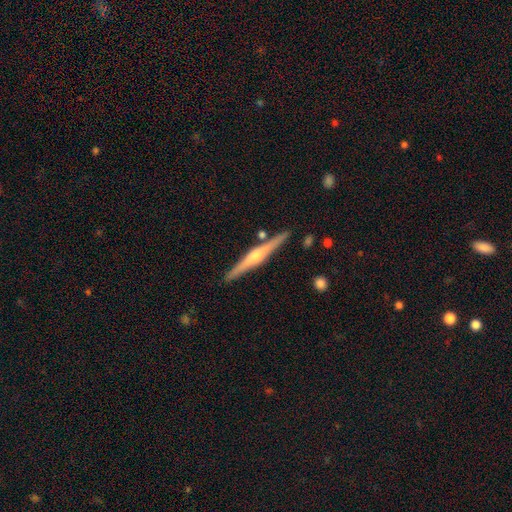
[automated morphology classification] Q: Smooth or featured?
A: featured or disk (79%); runner-up: smooth (16%)
Q: Edge-on disk?
A: yes (98%); runner-up: no (2%)
Q: Edge-on bulge?
A: rounded (89%); runner-up: boxy (6%)
Q: Merging?
A: none (89%); runner-up: minor disturbance (7%)